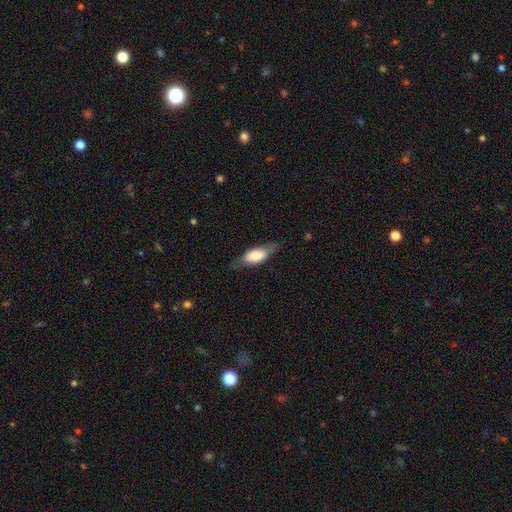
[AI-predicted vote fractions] smooth 65%, featured or disk 29%, star or artifact 7%. Down the decision tree: how rounded — in between (74%); merging — none (68%).